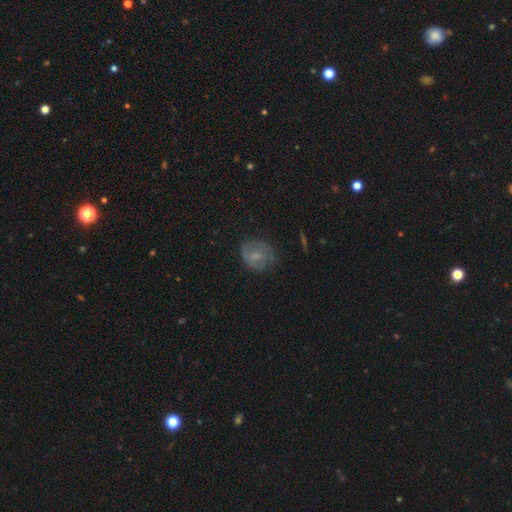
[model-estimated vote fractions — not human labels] A smooth galaxy with no disk features (52%) that is round (73%).

Vote fractions:
- Smooth or featured? smooth: 52% / featured or disk: 39% / star or artifact: 9%
- How rounded? round: 73% / in between: 26% / cigar-shaped: 1%
- Merging? none: 66% / minor disturbance: 23% / major disturbance: 9% / merger: 1%